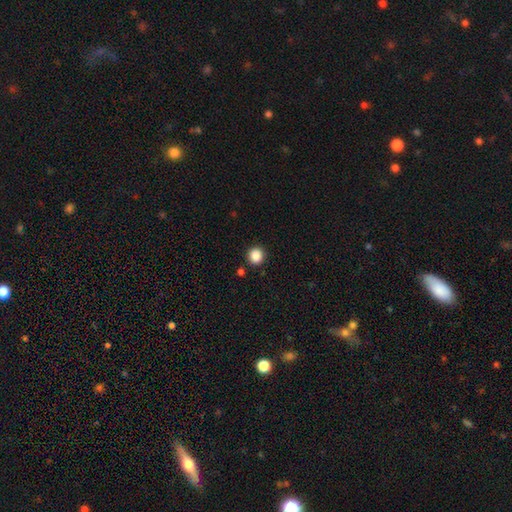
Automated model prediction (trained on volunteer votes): Smooth or featured? smooth (87%)
How rounded? round (91%)
Merging? none (90%)